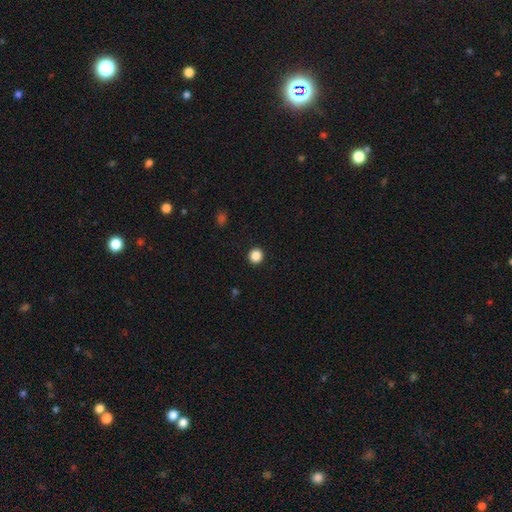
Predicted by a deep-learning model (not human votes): The model was most divided on "smooth or featured": smooth: 87%, star or artifact: 11%, featured or disk: 3%. More confident: how rounded — round (94%); merging — none (93%).